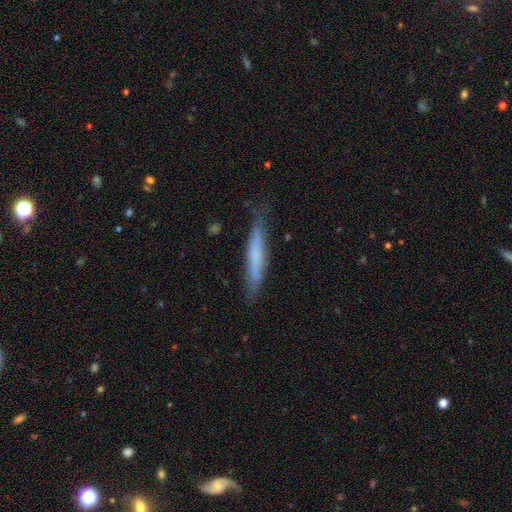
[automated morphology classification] Smooth or featured?
  - smooth: 58% *
  - featured or disk: 35%
  - star or artifact: 7%
How rounded?
  - cigar-shaped: 94% *
  - in between: 5%
  - round: 1%
Merging?
  - none: 79% *
  - minor disturbance: 17%
  - major disturbance: 3%
  - merger: 1%